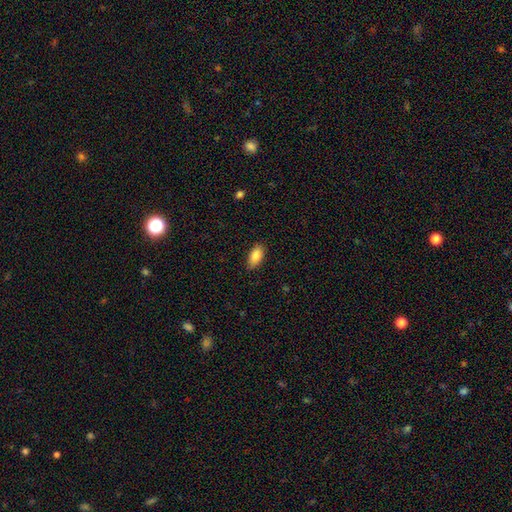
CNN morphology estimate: type=smooth (86%); roundness=in between (90%); merging=none (85%).